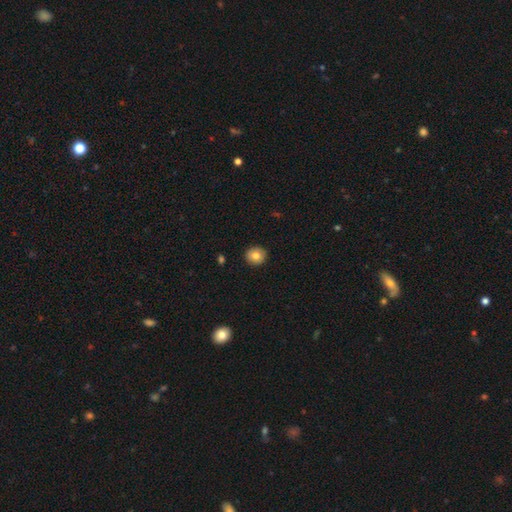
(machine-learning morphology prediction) Smooth or featured: smooth — 80% (featured or disk — 11%)
How rounded: round — 88% (in between — 11%)
Merging: none — 91% (minor disturbance — 6%)